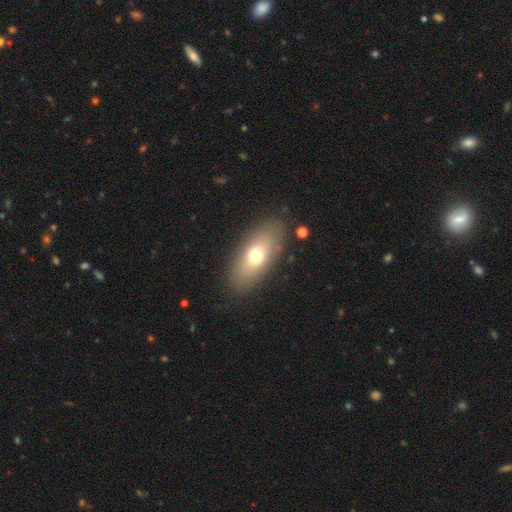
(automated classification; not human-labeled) Smooth or featured: smooth — 69% (featured or disk — 23%)
How rounded: in between — 83% (cigar-shaped — 12%)
Merging: none — 85% (minor disturbance — 9%)